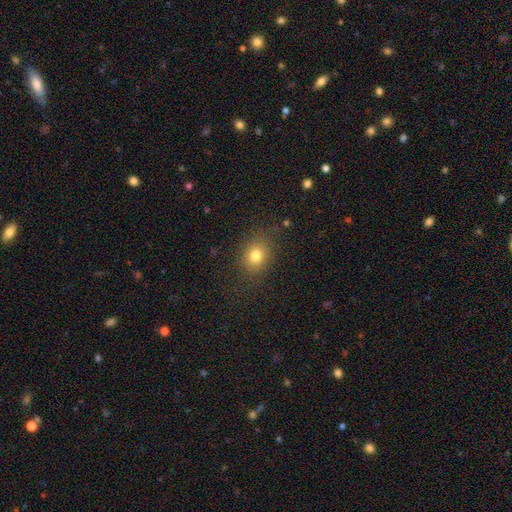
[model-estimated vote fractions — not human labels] smooth 78%, star or artifact 13%, featured or disk 9%. Down the decision tree: how rounded — round (54%); merging — none (81%).